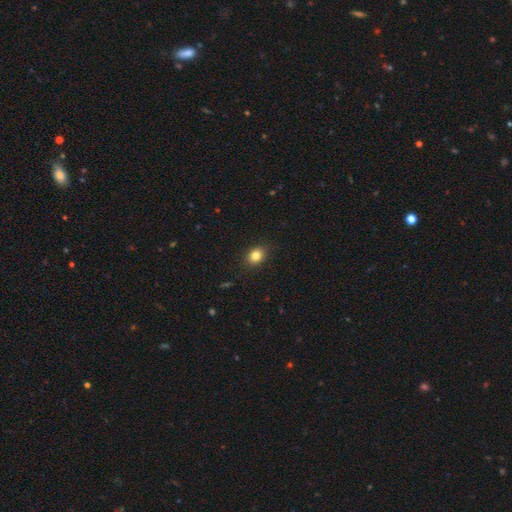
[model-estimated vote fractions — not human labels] The model was most divided on "how rounded": in between: 56%, round: 43%, cigar-shaped: 1%. More confident: merging — none (87%); smooth or featured — smooth (83%).